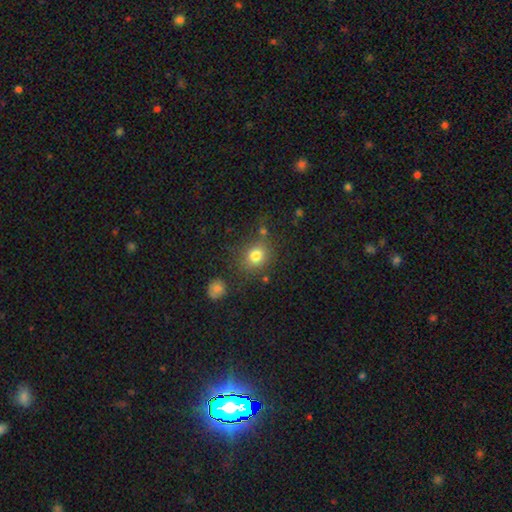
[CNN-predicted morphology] Overall: smooth (80%). How rounded: round (72%). Merging: none (74%).